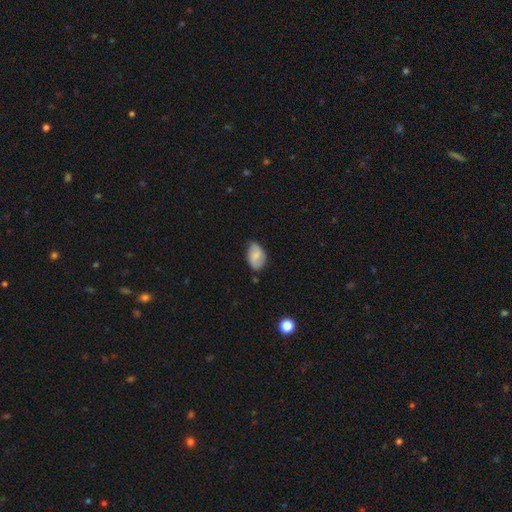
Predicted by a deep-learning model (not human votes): This appears to be a smooth galaxy with no disk features (62%) that is in between round and cigar-shaped (88%). Merging: none (63%).